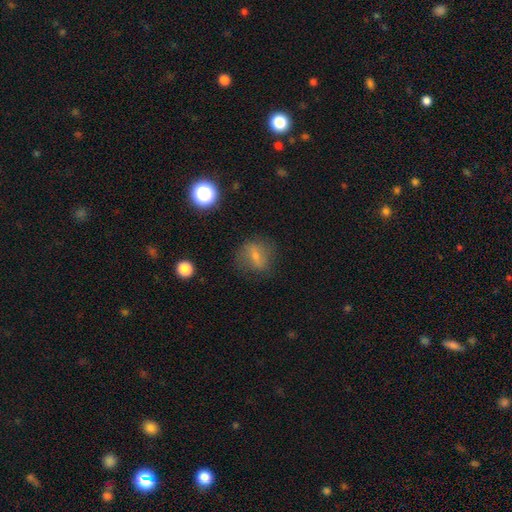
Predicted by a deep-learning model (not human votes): Smooth or featured?
  - smooth: 50% *
  - featured or disk: 33%
  - star or artifact: 17%
How rounded?
  - round: 65% *
  - in between: 32%
  - cigar-shaped: 3%
Merging?
  - none: 74% *
  - minor disturbance: 16%
  - major disturbance: 8%
  - merger: 2%